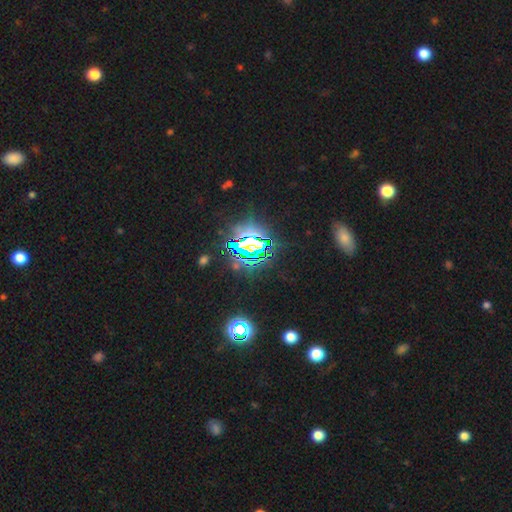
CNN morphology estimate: A star or artifact, not a galaxy (82%).

Vote fractions:
- Smooth or featured? star or artifact: 82% / smooth: 9% / featured or disk: 8%